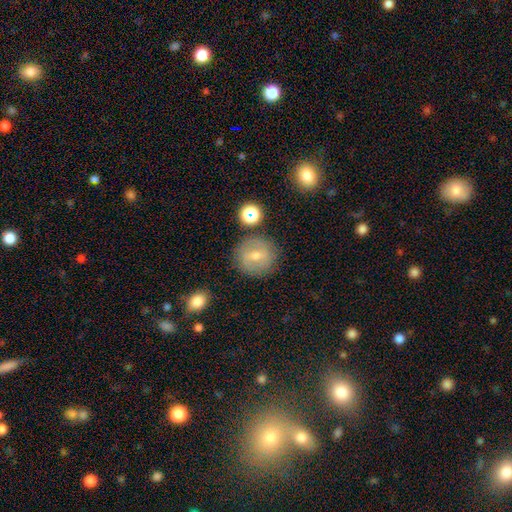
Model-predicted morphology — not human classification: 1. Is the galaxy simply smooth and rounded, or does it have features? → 52% smooth, 37% featured or disk, 11% star or artifact.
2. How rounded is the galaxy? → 89% round, 10% in between, 1% cigar-shaped.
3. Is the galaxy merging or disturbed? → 82% none, 11% minor disturbance, 4% merger, 4% major disturbance.